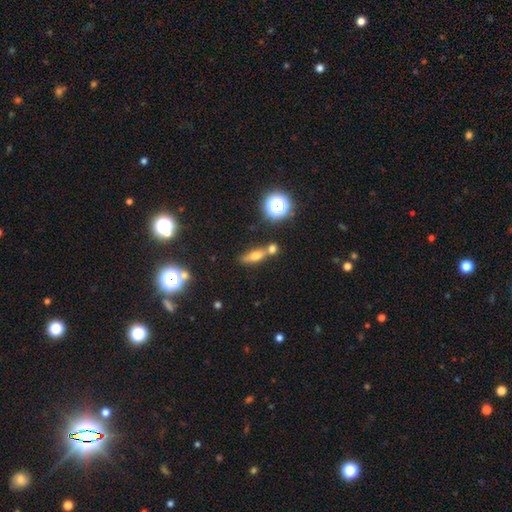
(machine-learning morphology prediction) The model was most divided on "how rounded": in between: 48%, cigar-shaped: 39%, round: 12%. More confident: merging — none (59%); smooth or featured — smooth (59%).